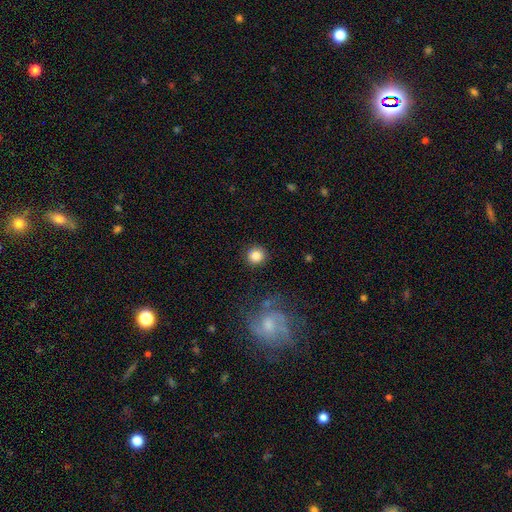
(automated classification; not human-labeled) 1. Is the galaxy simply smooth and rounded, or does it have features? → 85% smooth, 9% star or artifact, 5% featured or disk.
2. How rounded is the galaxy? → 92% round, 7% in between, 1% cigar-shaped.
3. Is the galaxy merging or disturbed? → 88% none, 7% minor disturbance, 3% major disturbance, 2% merger.